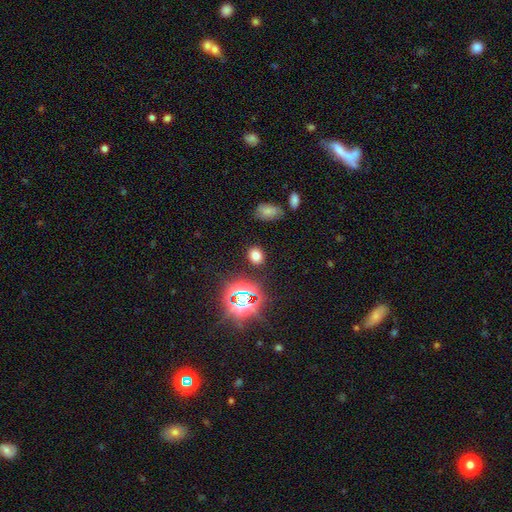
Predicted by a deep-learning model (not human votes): The model was most divided on "how rounded": in between: 55%, round: 44%, cigar-shaped: 1%. More confident: merging — none (87%); smooth or featured — smooth (69%).